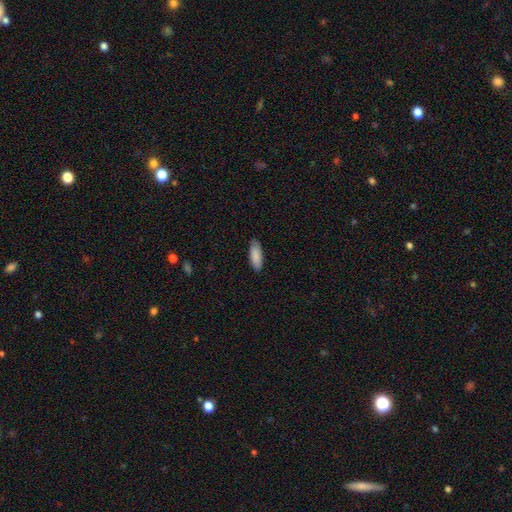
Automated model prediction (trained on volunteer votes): The model was most divided on "how rounded": in between: 69%, cigar-shaped: 30%, round: 2%. More confident: smooth or featured — smooth (88%); merging — none (86%).